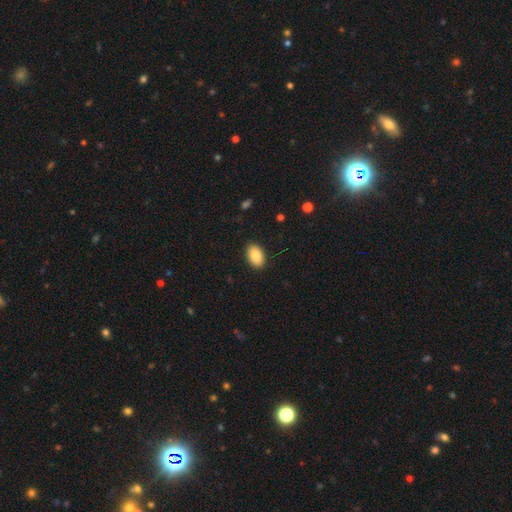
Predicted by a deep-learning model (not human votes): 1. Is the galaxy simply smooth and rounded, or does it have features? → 88% smooth, 7% star or artifact, 6% featured or disk.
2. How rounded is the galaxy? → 91% in between, 7% round, 1% cigar-shaped.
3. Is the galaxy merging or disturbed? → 89% none, 8% minor disturbance, 2% major disturbance, 1% merger.